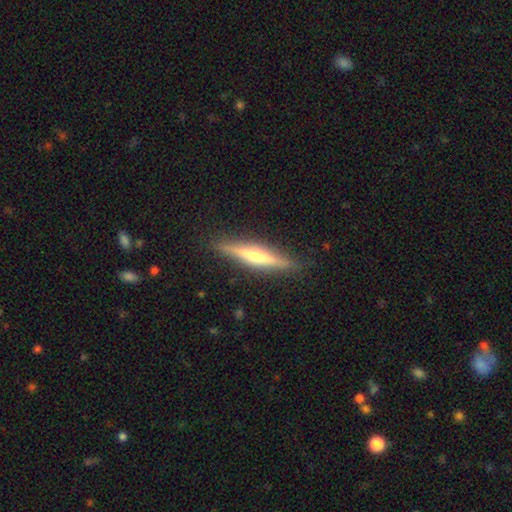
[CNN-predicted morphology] Smooth or featured: featured or disk — 67% (smooth — 27%)
Edge-on disk: yes — 97% (no — 3%)
Edge-on bulge: rounded — 79% (none — 13%)
Merging: none — 90% (minor disturbance — 7%)